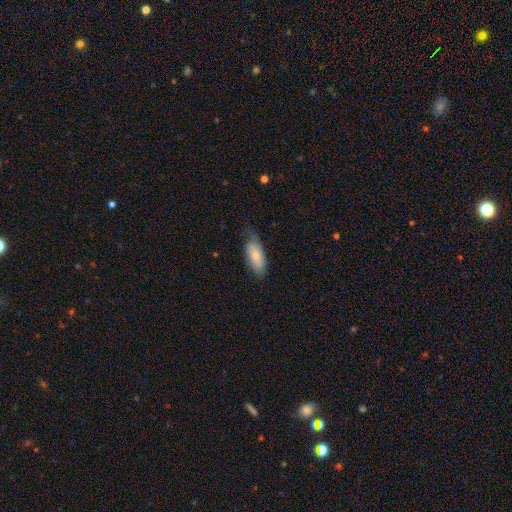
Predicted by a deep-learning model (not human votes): Q: Smooth or featured?
A: smooth (70%); runner-up: featured or disk (25%)
Q: How rounded?
A: in between (81%); runner-up: cigar-shaped (17%)
Q: Merging?
A: none (66%); runner-up: minor disturbance (27%)